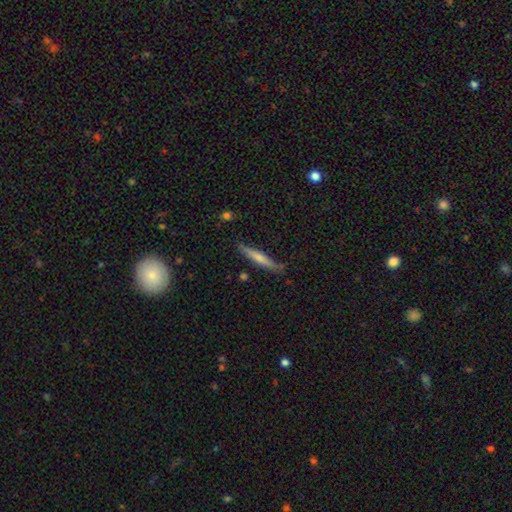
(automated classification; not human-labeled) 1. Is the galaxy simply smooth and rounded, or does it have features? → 50% featured or disk, 44% smooth, 7% star or artifact.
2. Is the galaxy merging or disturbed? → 84% none, 12% minor disturbance, 2% major disturbance, 2% merger.